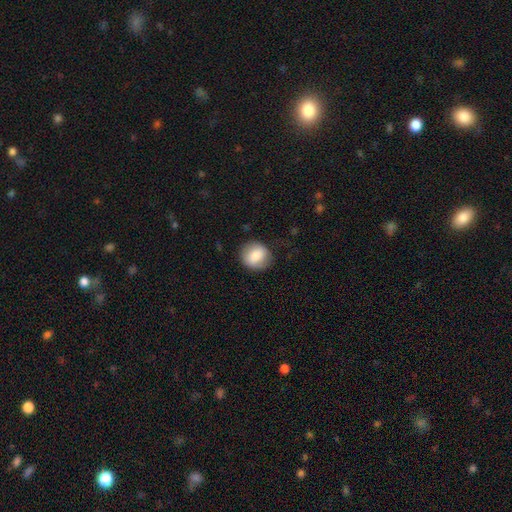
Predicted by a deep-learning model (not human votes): The model was most divided on "how rounded": round: 81%, in between: 18%, cigar-shaped: 1%. More confident: smooth or featured — smooth (80%); merging — none (79%).